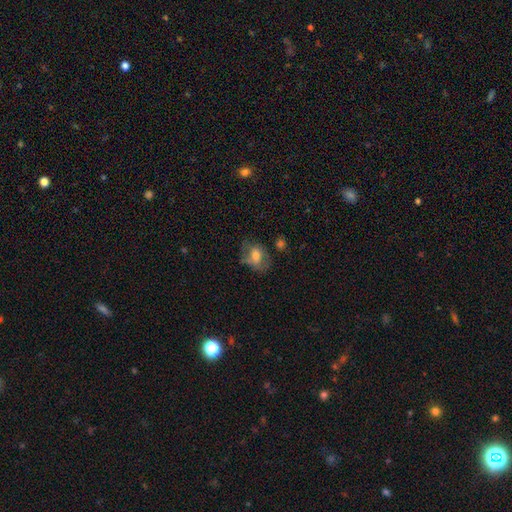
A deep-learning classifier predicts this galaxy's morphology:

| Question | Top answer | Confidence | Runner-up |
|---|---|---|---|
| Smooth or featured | smooth | 58% | featured or disk (33%) |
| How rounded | in between | 67% | round (32%) |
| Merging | none | 52% | minor disturbance (25%) |